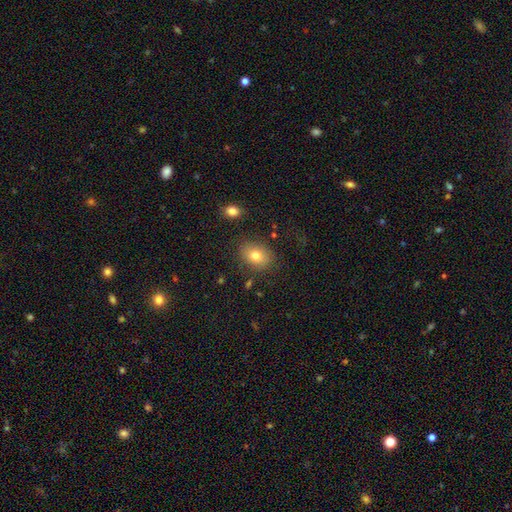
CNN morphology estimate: The model was most divided on "how rounded": in between: 59%, round: 40%, cigar-shaped: 1%. More confident: merging — none (80%); smooth or featured — smooth (77%).